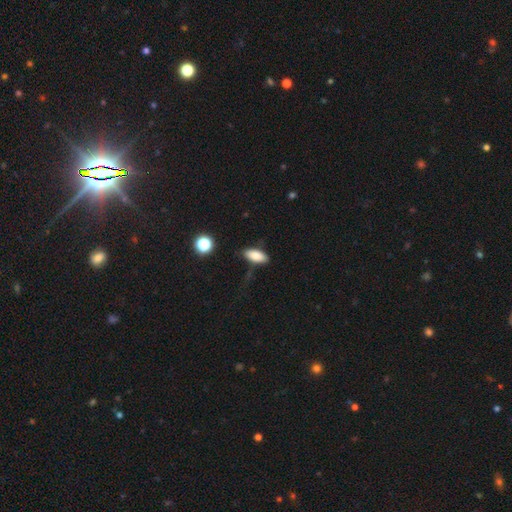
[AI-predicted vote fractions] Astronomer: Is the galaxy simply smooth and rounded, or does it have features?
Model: smooth — 84%.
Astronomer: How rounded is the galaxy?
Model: in between — 87%.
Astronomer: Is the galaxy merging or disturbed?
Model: none — 78%.